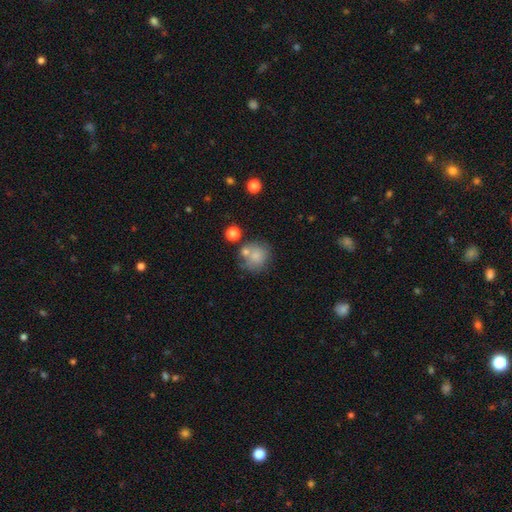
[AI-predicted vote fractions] smooth 76%, featured or disk 14%, star or artifact 10%. Down the decision tree: how rounded — round (85%); merging — none (55%).